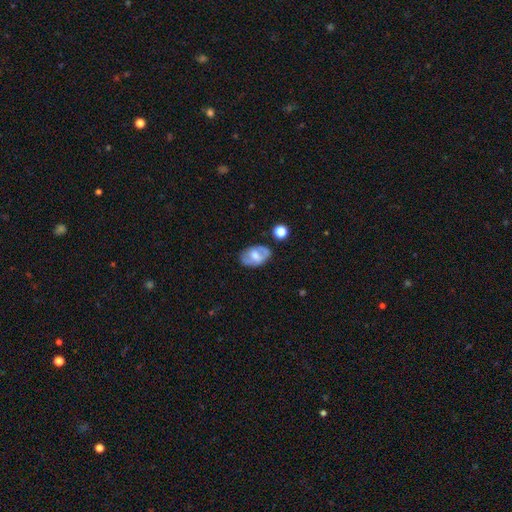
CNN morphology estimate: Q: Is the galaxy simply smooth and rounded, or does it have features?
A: featured or disk — 48%.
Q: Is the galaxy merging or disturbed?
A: none — 70%.